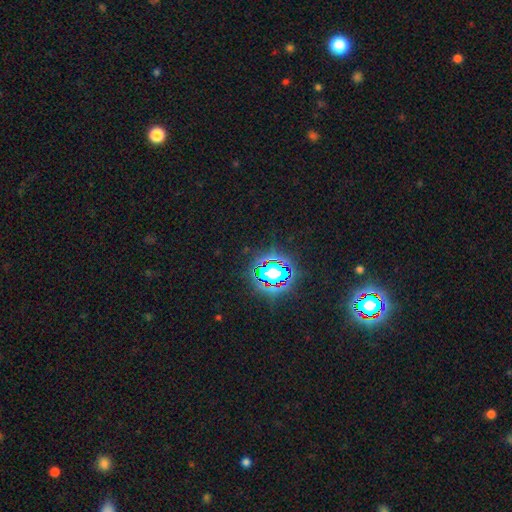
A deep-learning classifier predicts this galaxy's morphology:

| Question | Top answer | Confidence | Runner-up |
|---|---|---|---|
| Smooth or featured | star or artifact | 80% | smooth (13%) |